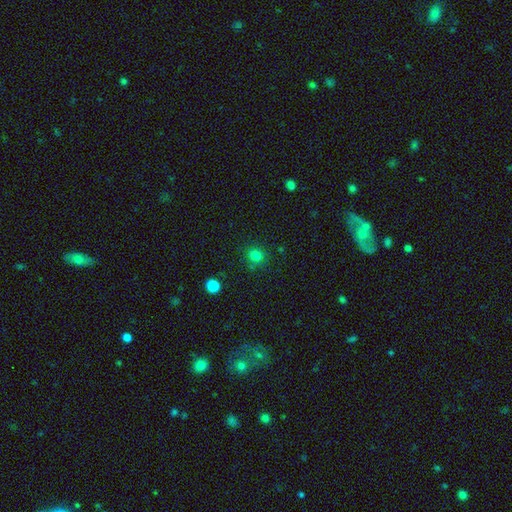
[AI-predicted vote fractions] smooth-or-featured: smooth: 79% | star or artifact: 15% | featured or disk: 6%
  how-rounded: round: 80% | in between: 19% | cigar-shaped: 1%
  merging: none: 83% | minor disturbance: 11% | merger: 3% | major disturbance: 3%